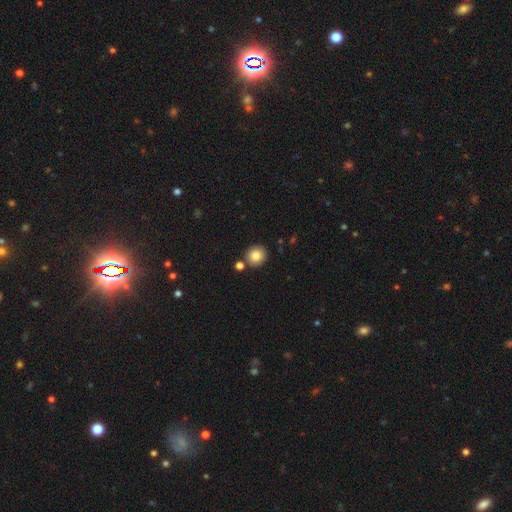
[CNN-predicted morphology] smooth_or_featured: smooth (p=0.83) [alt: star or artifact p=0.10]
how_rounded: round (p=0.87) [alt: in between p=0.12]
merging: none (p=0.83) [alt: merger p=0.08]